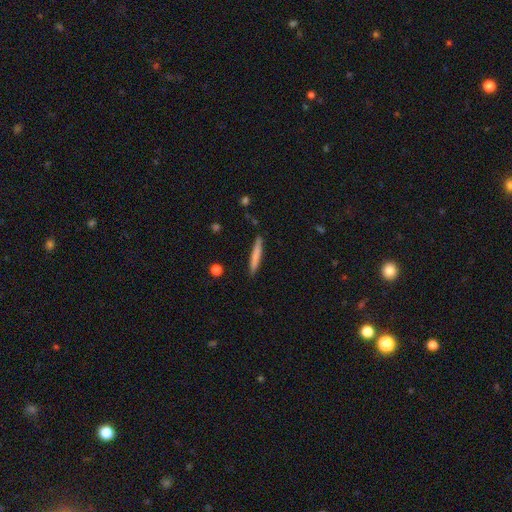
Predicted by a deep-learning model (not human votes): Overall: smooth (73%). How rounded: cigar-shaped (95%). Merging: none (88%).